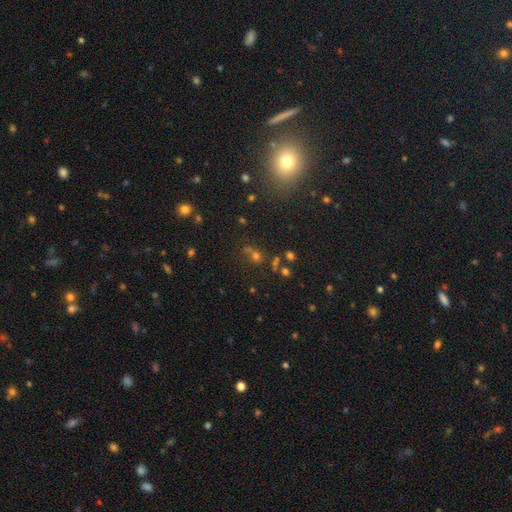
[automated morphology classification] Smooth or featured?
  - smooth: 45% *
  - star or artifact: 44%
  - featured or disk: 11%
Merging?
  - none: 63% *
  - merger: 19%
  - minor disturbance: 11%
  - major disturbance: 7%